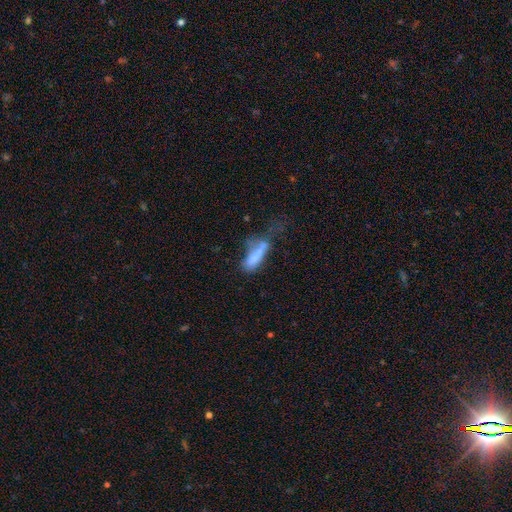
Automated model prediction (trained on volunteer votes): Smooth or featured?
  - smooth: 63% *
  - featured or disk: 27%
  - star or artifact: 11%
How rounded?
  - in between: 64% *
  - cigar-shaped: 33%
  - round: 3%
Merging?
  - merger: 39% *
  - major disturbance: 26%
  - none: 18%
  - minor disturbance: 17%